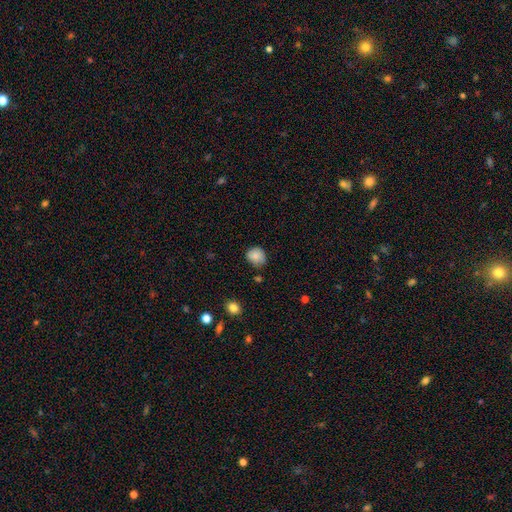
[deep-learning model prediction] The model was most divided on "merging": none: 68%, minor disturbance: 25%, major disturbance: 4%, merger: 3%. More confident: smooth or featured — smooth (83%); how rounded — round (76%).